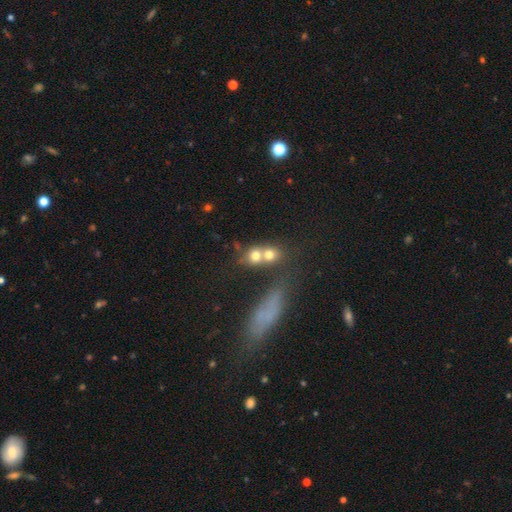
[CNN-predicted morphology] smooth_or_featured: smooth (p=0.68) [alt: featured or disk p=0.18]
how_rounded: round (p=0.71) [alt: in between p=0.25]
merging: merger (p=0.56) [alt: none p=0.32]